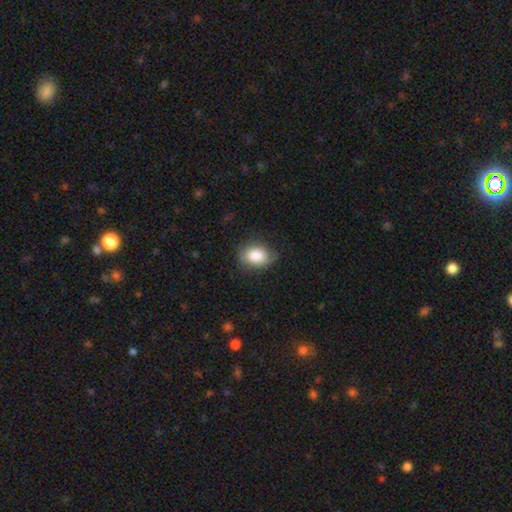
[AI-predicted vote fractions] This appears to be a smooth galaxy with no disk features (83%) that is in between round and cigar-shaped (68%). Merging: none (70%).